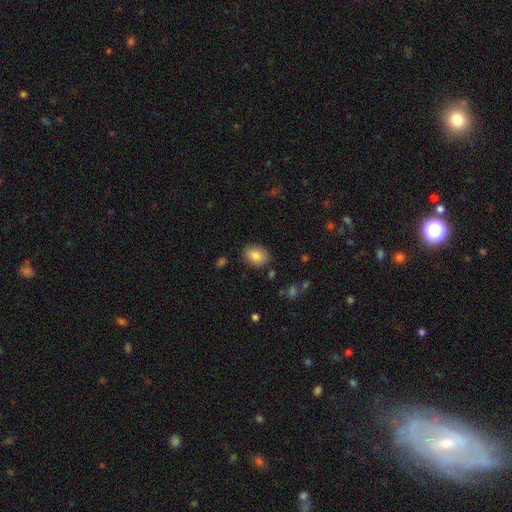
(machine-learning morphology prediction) Q: Smooth or featured?
A: smooth (84%); runner-up: featured or disk (8%)
Q: How rounded?
A: in between (71%); runner-up: round (28%)
Q: Merging?
A: none (85%); runner-up: minor disturbance (11%)